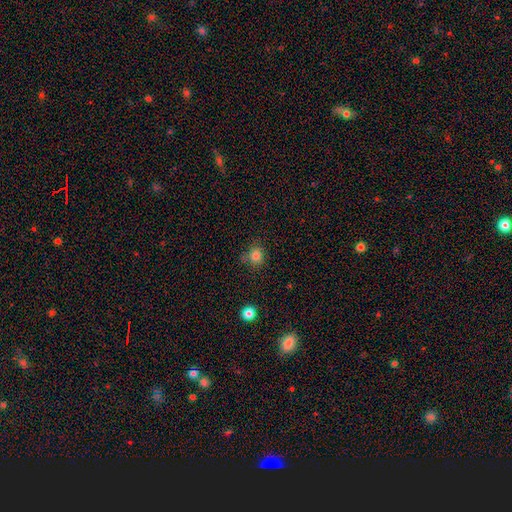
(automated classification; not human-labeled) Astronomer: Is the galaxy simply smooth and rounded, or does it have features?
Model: smooth — 81%.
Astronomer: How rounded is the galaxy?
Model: round — 82%.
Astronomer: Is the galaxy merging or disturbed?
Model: none — 74%.